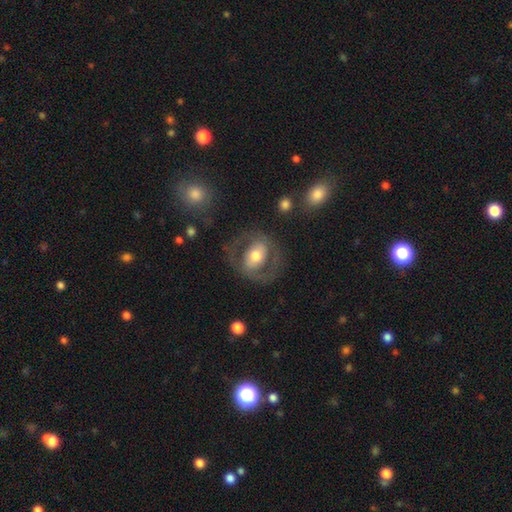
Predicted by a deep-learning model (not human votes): Morphology: type=featured or disk (62%); edge-on=no (95%); bar=no (42%); spiral arms=yes (53%); bulge=moderate (67%); merging=none (68%).